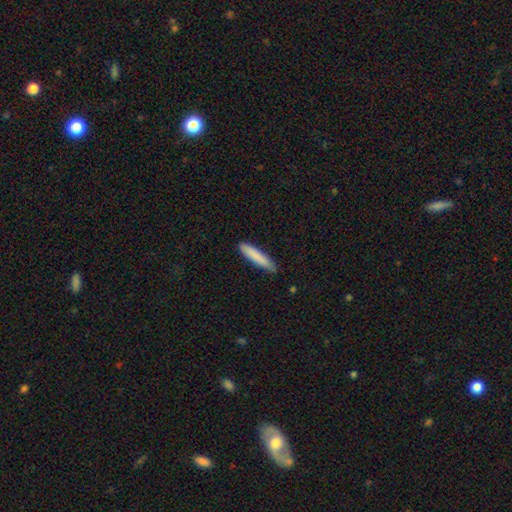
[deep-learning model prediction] Smooth or featured?
  - smooth: 84% *
  - featured or disk: 10%
  - star or artifact: 6%
How rounded?
  - cigar-shaped: 88% *
  - in between: 11%
  - round: 1%
Merging?
  - none: 85% *
  - minor disturbance: 12%
  - major disturbance: 2%
  - merger: 1%